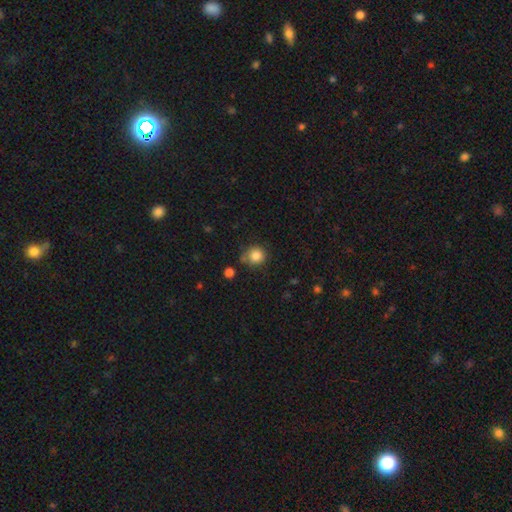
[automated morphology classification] smooth 84%, star or artifact 10%, featured or disk 5%. Down the decision tree: how rounded — round (90%); merging — none (71%).